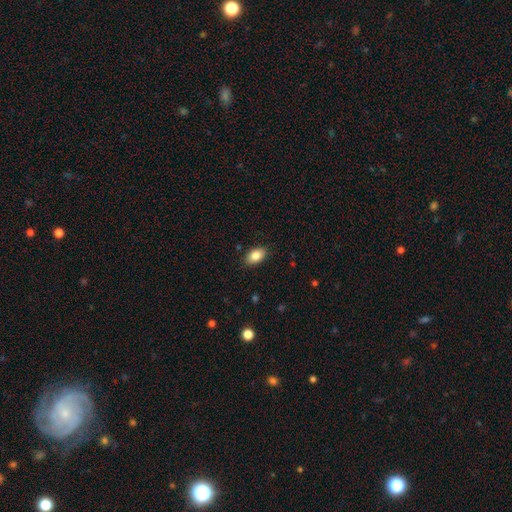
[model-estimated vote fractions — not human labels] This is clearly a smooth galaxy (86%). How rounded: clearly in between (90%). Merging: clearly none (87%).